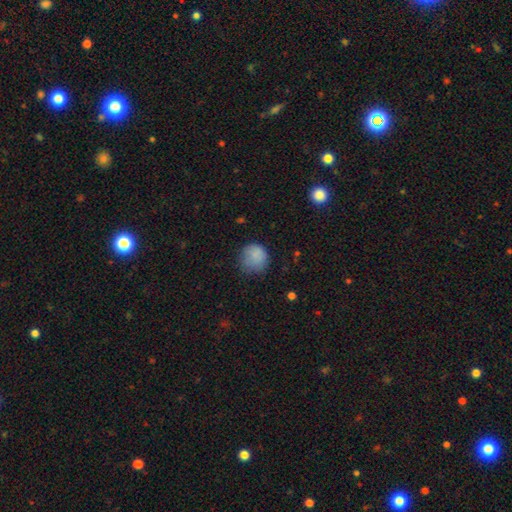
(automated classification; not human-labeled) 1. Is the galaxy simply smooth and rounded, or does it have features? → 83% smooth, 10% star or artifact, 7% featured or disk.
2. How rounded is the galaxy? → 86% round, 14% in between, 1% cigar-shaped.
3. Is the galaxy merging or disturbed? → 63% none, 26% minor disturbance, 9% major disturbance, 2% merger.